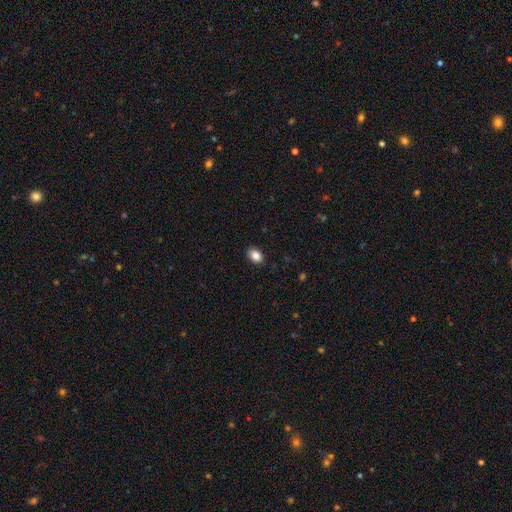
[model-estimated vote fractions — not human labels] Morphology: type=smooth (87%); roundness=in between (80%); merging=none (89%).